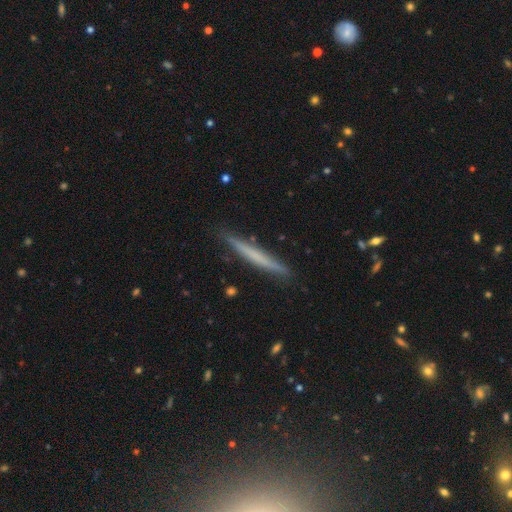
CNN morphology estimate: smooth 52%, featured or disk 42%, star or artifact 6%. Down the decision tree: how rounded — cigar-shaped (97%); merging — none (88%).